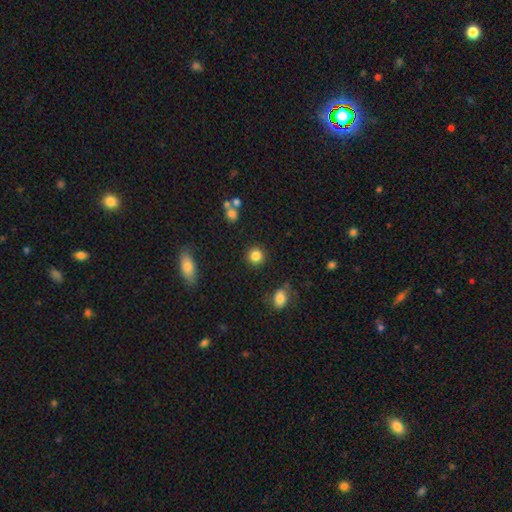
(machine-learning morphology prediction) type=smooth (84%); roundness=round (91%); merging=none (89%).